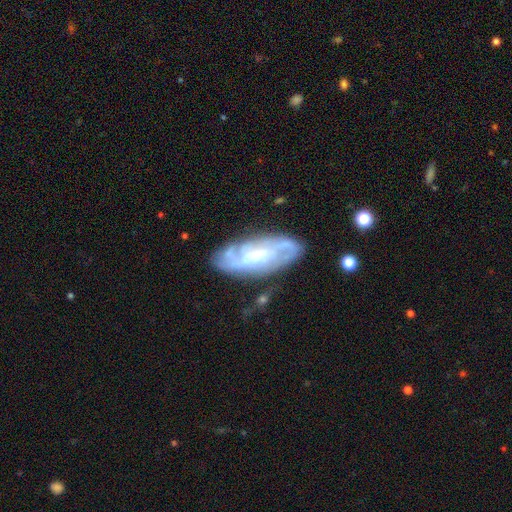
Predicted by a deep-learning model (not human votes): A featured or disk galaxy (80%) with no bar (47%), tight (48%) spiral arms (92%) and a small central bulge (46%). Merging: none (76%).